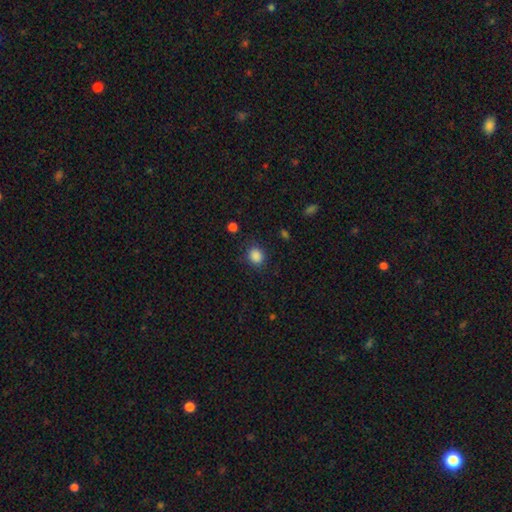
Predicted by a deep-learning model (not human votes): A smooth galaxy with no disk features (87%) that is round (65%). Merging: none (84%).